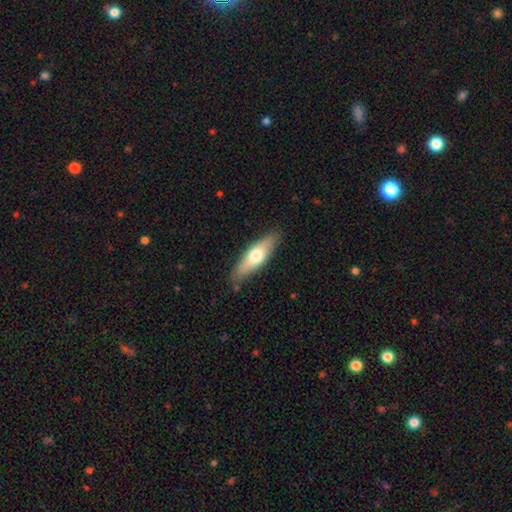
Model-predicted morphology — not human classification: Overall: smooth (60%; featured or disk 35%). How rounded: cigar-shaped (54%; in between 44%). Merging: none (84%).